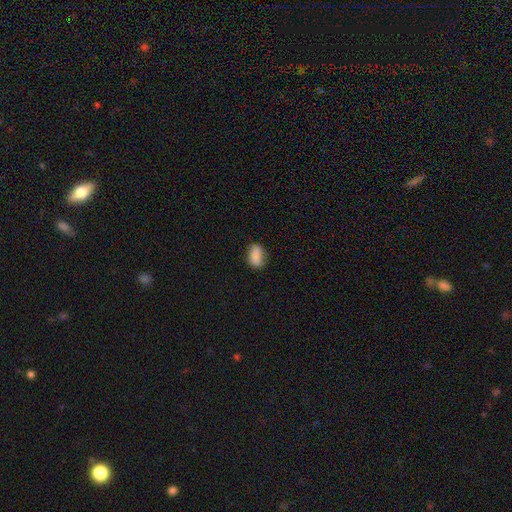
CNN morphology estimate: This is clearly a smooth galaxy (84%). How rounded: clearly in between (83%). Merging: likely none (69%).